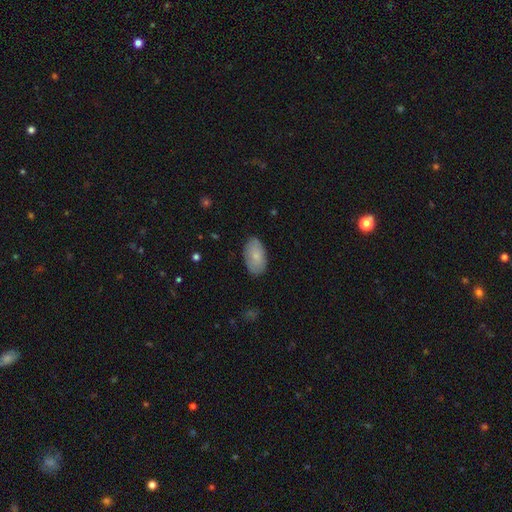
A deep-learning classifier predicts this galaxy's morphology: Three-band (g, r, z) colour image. It shows a smooth galaxy with no disk features (78%) that is in between round and cigar-shaped (94%). Merging: none (82%).